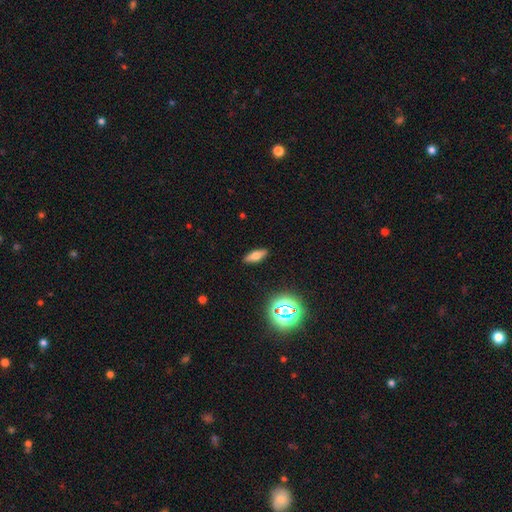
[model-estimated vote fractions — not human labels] A smooth galaxy with no disk features (59%) that is in between round and cigar-shaped (63%). Merging: none (90%).